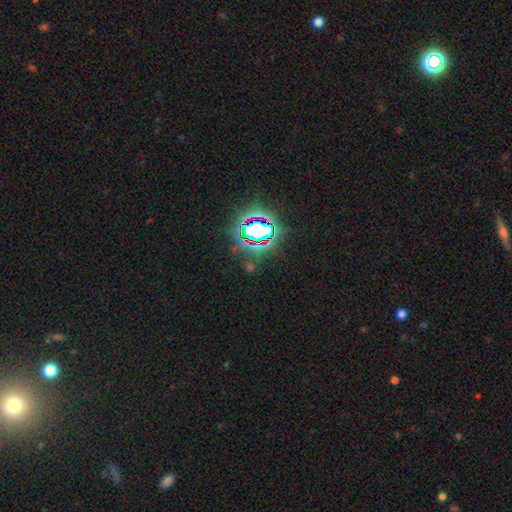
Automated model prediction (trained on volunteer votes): This is clearly a star or artifact rather than a galaxy (82%).